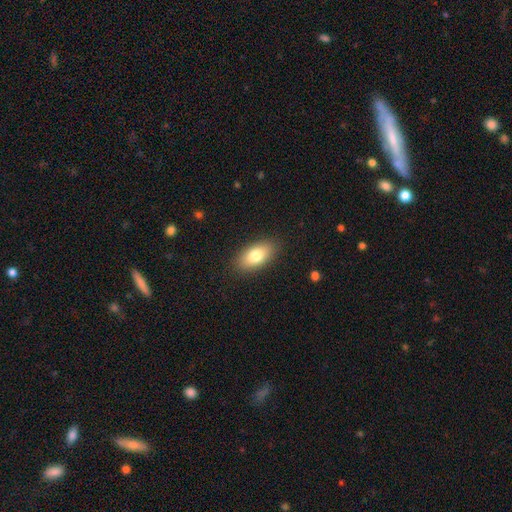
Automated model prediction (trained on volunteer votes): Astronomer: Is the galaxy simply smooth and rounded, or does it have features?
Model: smooth — 78%.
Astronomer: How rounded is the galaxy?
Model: in between — 90%.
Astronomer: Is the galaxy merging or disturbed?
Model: none — 88%.